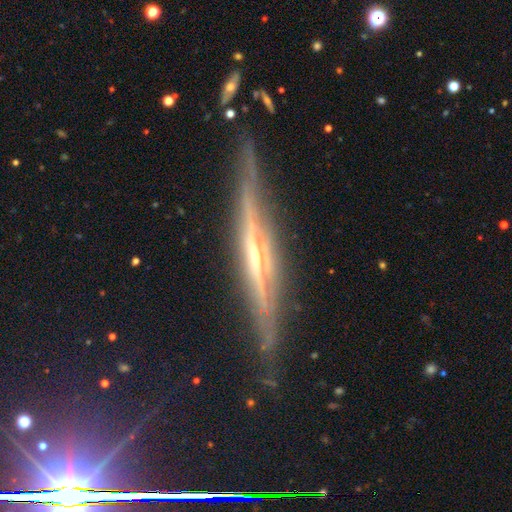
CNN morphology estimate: Overall: featured or disk (87%). Edge-on disk: yes (97%). Edge-on bulge: rounded (54%; none 31%). Merging: none (83%).